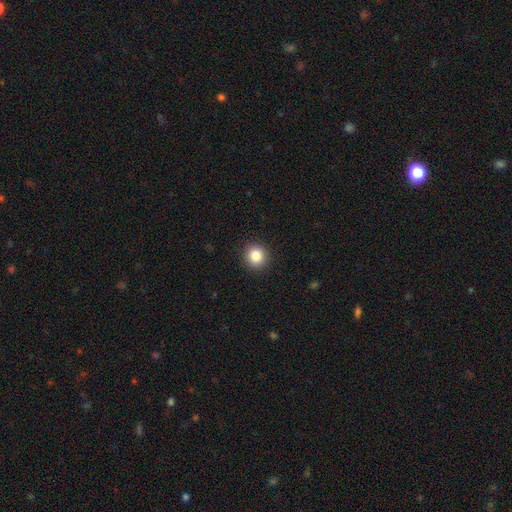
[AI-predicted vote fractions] Smooth or featured?
  - smooth: 85% *
  - star or artifact: 10%
  - featured or disk: 5%
How rounded?
  - round: 90% *
  - in between: 9%
  - cigar-shaped: 1%
Merging?
  - none: 92% *
  - minor disturbance: 6%
  - major disturbance: 2%
  - merger: 1%